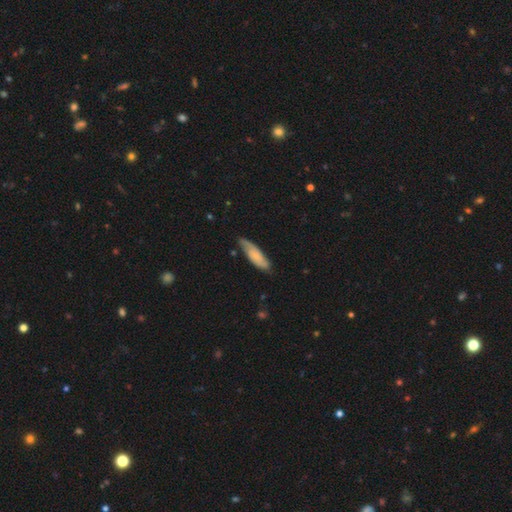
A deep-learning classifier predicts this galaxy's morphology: This is possibly a featured or disk galaxy (48%). Merging: likely none (69%).